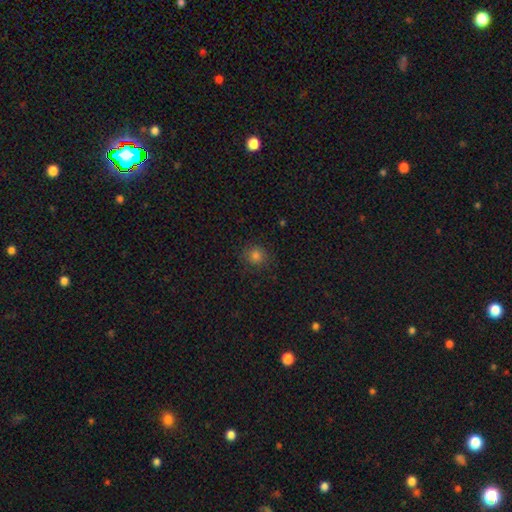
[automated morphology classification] Smooth or featured? smooth (79%)
How rounded? round (88%)
Merging? none (87%)